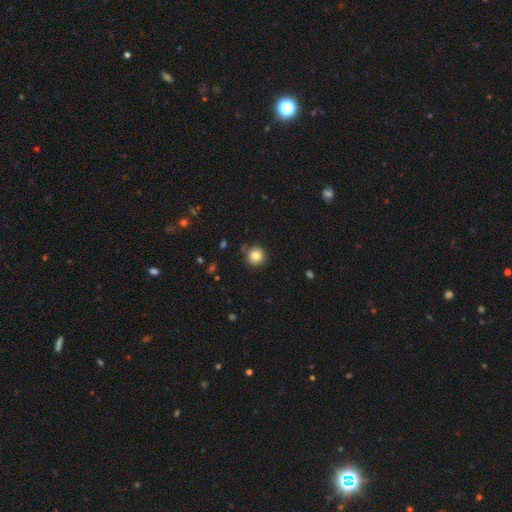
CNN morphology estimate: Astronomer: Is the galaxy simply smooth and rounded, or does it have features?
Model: smooth — 84%.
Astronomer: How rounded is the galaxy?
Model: round — 94%.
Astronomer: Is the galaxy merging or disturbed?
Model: none — 86%.